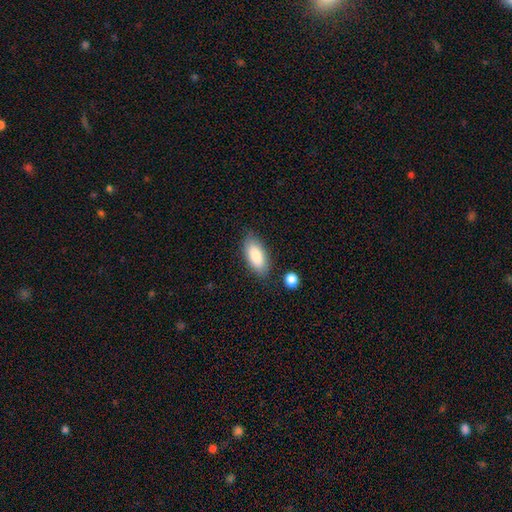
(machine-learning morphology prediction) A smooth galaxy with no disk features (86%) that is in between round and cigar-shaped (85%). Merging: none (81%).